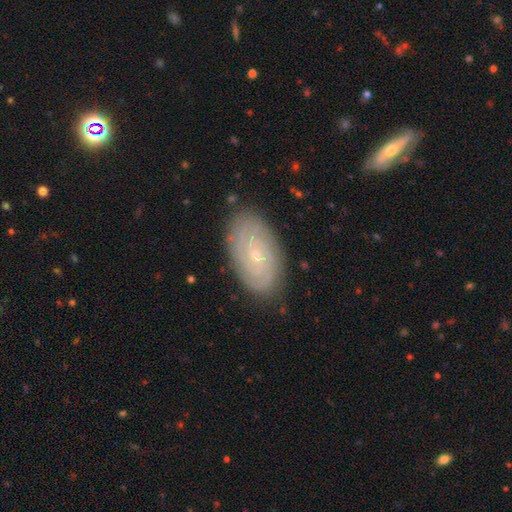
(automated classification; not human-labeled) This appears to be a featured or disk galaxy (77%) with no bar (67%), tight (80%) spiral arms (94%) and a small central bulge (78%). Merging: none (85%).